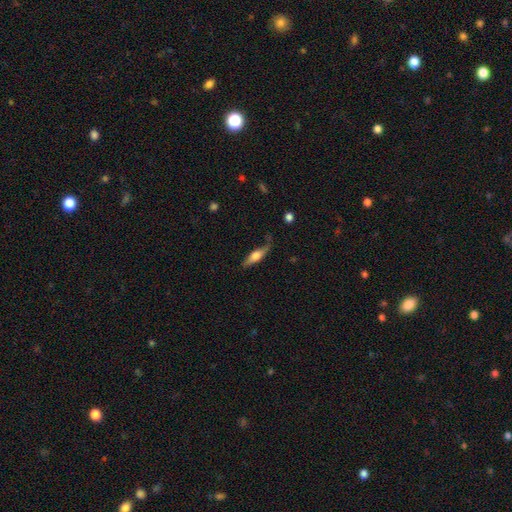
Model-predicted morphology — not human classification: Smooth or featured: smooth — 51% (featured or disk — 43%)
How rounded: cigar-shaped — 57% (in between — 40%)
Merging: none — 65% (minor disturbance — 25%)